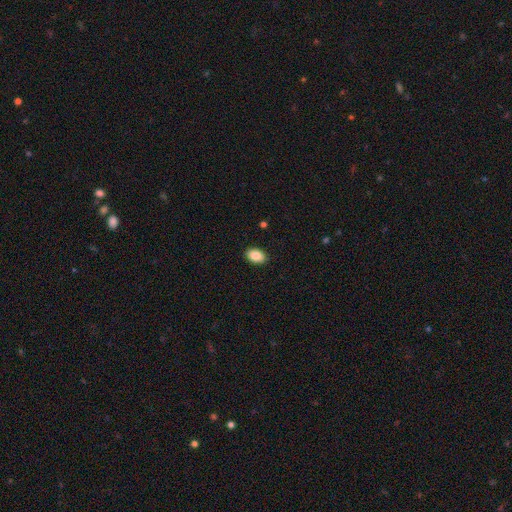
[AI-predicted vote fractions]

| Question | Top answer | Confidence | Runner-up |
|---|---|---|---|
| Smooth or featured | smooth | 88% | star or artifact (7%) |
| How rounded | in between | 87% | round (12%) |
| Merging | none | 90% | minor disturbance (8%) |